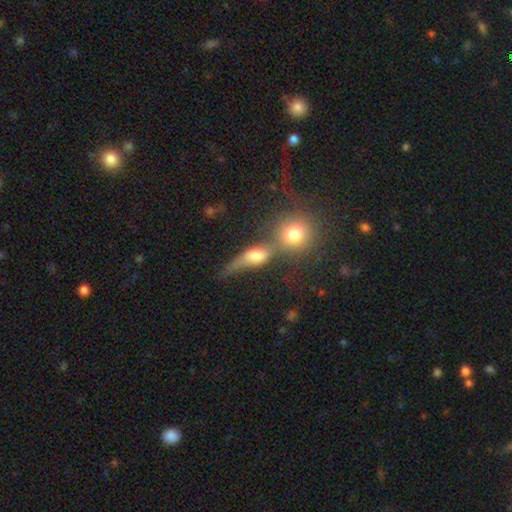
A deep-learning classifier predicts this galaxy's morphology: type=smooth (55%); roundness=in between (50%); merging=merger (38%).